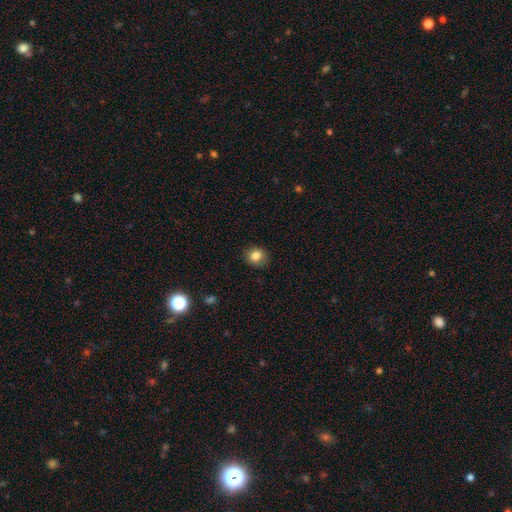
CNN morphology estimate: Smooth or featured? Predicted: smooth (p=0.84). How rounded? Predicted: round (p=0.76). Merging? Predicted: none (p=0.87).